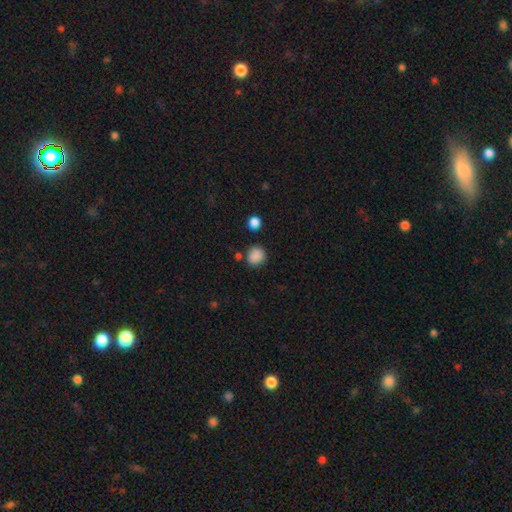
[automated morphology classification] Smooth or featured? smooth (86%)
How rounded? round (81%)
Merging? none (79%)